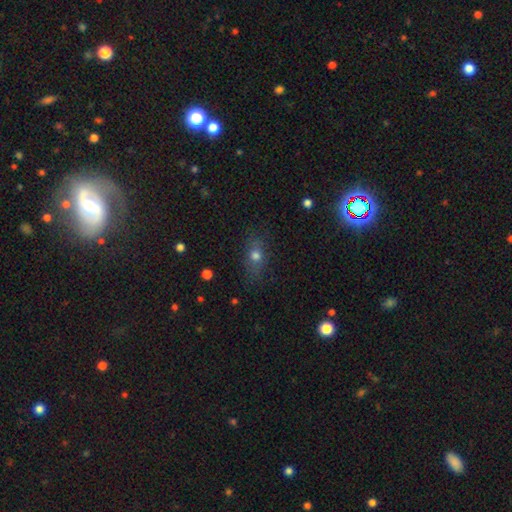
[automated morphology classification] Smooth or featured? Predicted: smooth (p=0.68). How rounded? Predicted: in between (p=0.64). Merging? Predicted: none (p=0.79).